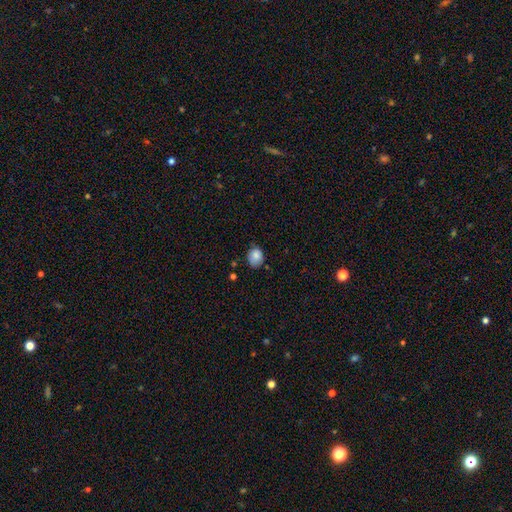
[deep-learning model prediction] This is clearly a smooth galaxy (83%). How rounded: possibly round (50%). Merging: likely none (64%).